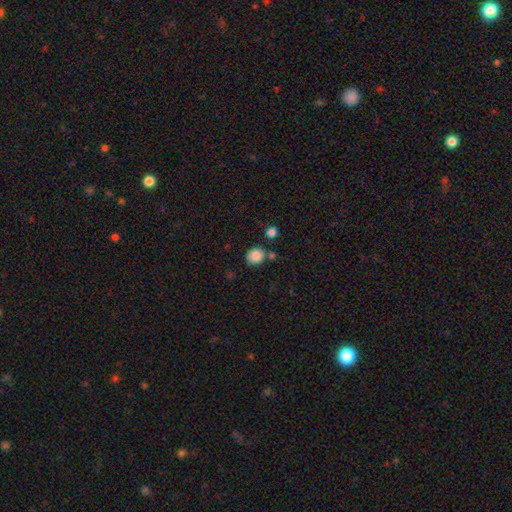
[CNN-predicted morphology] type=smooth (86%); roundness=round (76%); merging=none (74%).